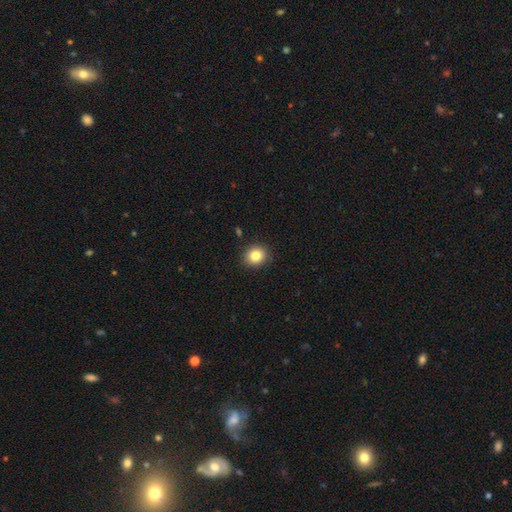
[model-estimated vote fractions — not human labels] Morphology: type=smooth (83%); roundness=round (74%); merging=none (90%).